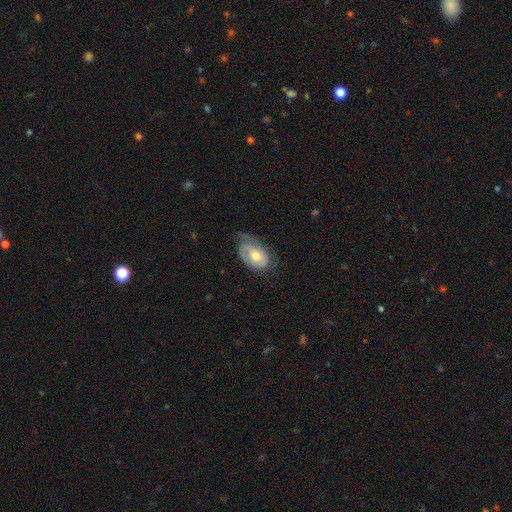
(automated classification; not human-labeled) smooth_or_featured: featured or disk (p=0.47) [alt: smooth p=0.46]
merging: none (p=0.47) [alt: minor disturbance p=0.34]